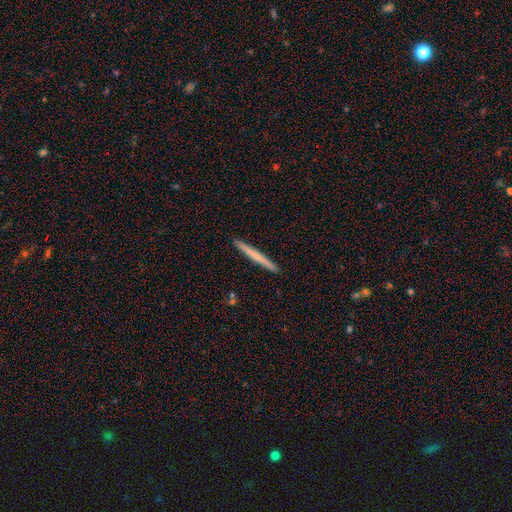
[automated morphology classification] Q: Smooth or featured?
A: smooth (58%); runner-up: featured or disk (37%)
Q: How rounded?
A: cigar-shaped (97%); runner-up: in between (2%)
Q: Merging?
A: none (93%); runner-up: minor disturbance (5%)